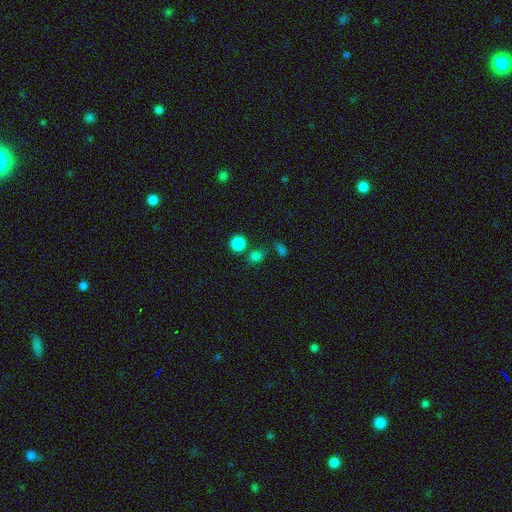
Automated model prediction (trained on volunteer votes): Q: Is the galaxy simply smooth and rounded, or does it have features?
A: smooth — 80%.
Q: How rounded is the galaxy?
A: round — 69%.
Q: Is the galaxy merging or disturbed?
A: none — 71%.